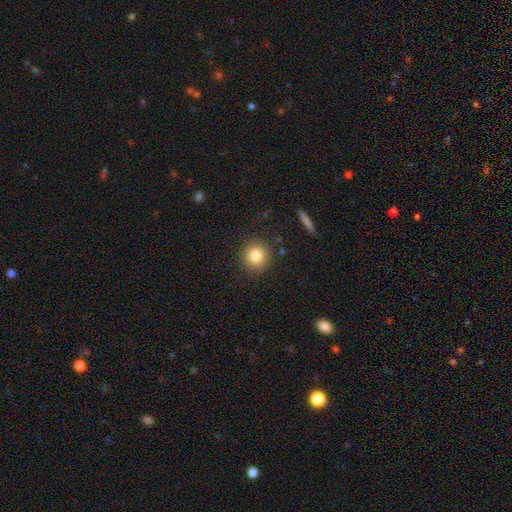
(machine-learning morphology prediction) smooth 84%, star or artifact 10%, featured or disk 7%. Down the decision tree: how rounded — round (91%); merging — none (88%).